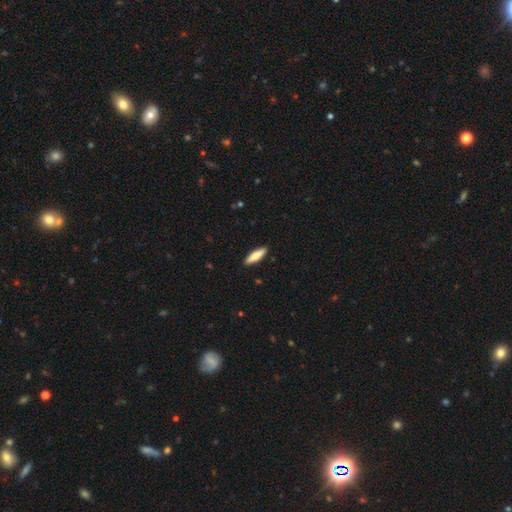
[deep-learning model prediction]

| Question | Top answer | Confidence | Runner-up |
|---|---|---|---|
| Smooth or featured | smooth | 80% | featured or disk (15%) |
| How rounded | cigar-shaped | 64% | in between (34%) |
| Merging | none | 90% | minor disturbance (7%) |